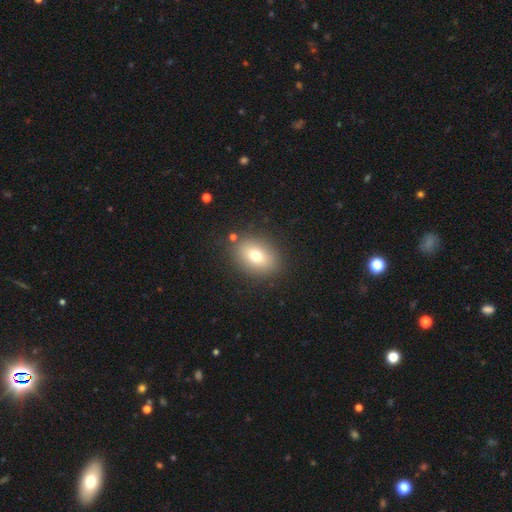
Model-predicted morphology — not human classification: smooth-or-featured: smooth: 73% | featured or disk: 16% | star or artifact: 11%
  how-rounded: in between: 69% | round: 30% | cigar-shaped: 1%
  merging: none: 85% | minor disturbance: 9% | major disturbance: 3% | merger: 3%